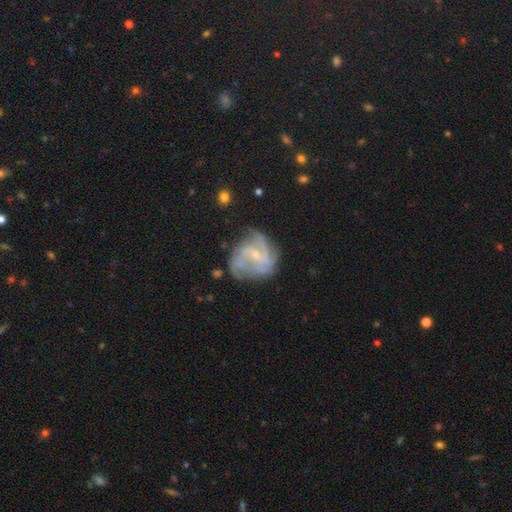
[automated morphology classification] smooth_or_featured: featured or disk (p=0.79) [alt: smooth p=0.13]
disk_edge_on: no (p=0.98) [alt: yes p=0.02]
bar: weak (p=0.52) [alt: no p=0.34]
has_spiral_arms: yes (p=0.89) [alt: no p=0.11]
spiral_winding: medium (p=0.44) [alt: tight p=0.30]
spiral_arm_count: can't tell (p=0.28) [alt: 3 p=0.27]
bulge_size: small (p=0.68) [alt: moderate p=0.21]
merging: none (p=0.59) [alt: minor disturbance p=0.22]